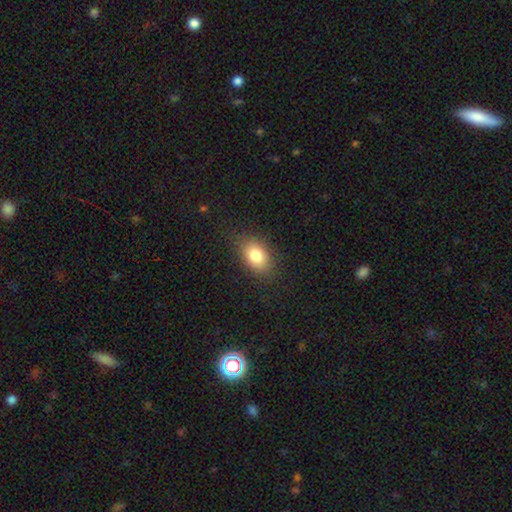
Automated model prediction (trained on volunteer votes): Smooth or featured? smooth (83%)
How rounded? in between (83%)
Merging? none (83%)